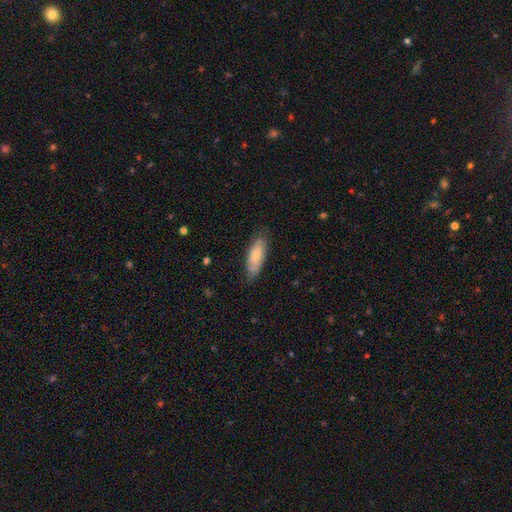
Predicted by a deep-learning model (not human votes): smooth 67%, featured or disk 27%, star or artifact 6%. Down the decision tree: how rounded — in between (69%); merging — none (73%).